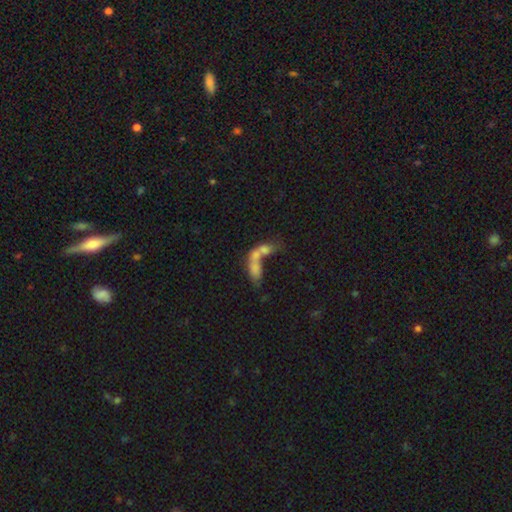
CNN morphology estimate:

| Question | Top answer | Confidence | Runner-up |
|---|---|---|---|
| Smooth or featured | smooth | 59% | featured or disk (29%) |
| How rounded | in between | 66% | cigar-shaped (23%) |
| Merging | merger | 70% | none (14%) |